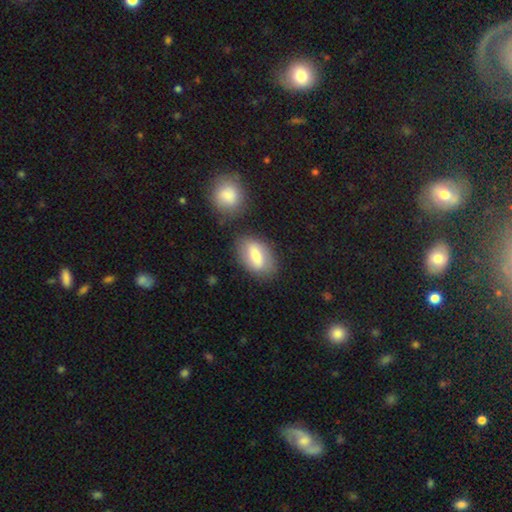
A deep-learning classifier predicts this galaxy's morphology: The model was most divided on "smooth or featured": smooth: 69%, featured or disk: 24%, star or artifact: 7%. More confident: how rounded — in between (90%); merging — none (75%).